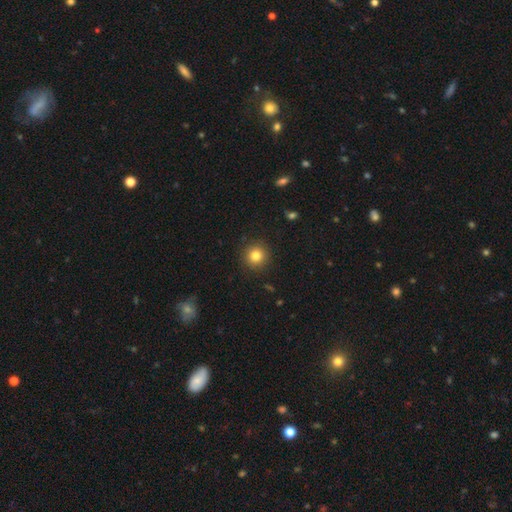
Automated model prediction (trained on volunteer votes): Smooth or featured? smooth (82%)
How rounded? round (94%)
Merging? none (91%)